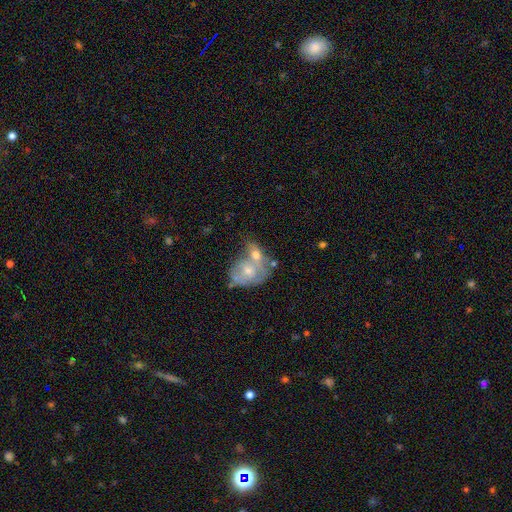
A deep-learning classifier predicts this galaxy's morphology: smooth-or-featured: featured or disk: 54% | smooth: 35% | star or artifact: 11%
  disk-edge-on: no: 95% | yes: 5%
    bar: no: 81% | weak: 15% | strong: 4%
    has-spiral-arms: no: 54% | yes: 46%
    bulge-size: moderate: 57% | small: 35% | none: 3% | large: 3% | dominant: 1%
  merging: merger: 52% | none: 28% | minor disturbance: 12% | major disturbance: 8%